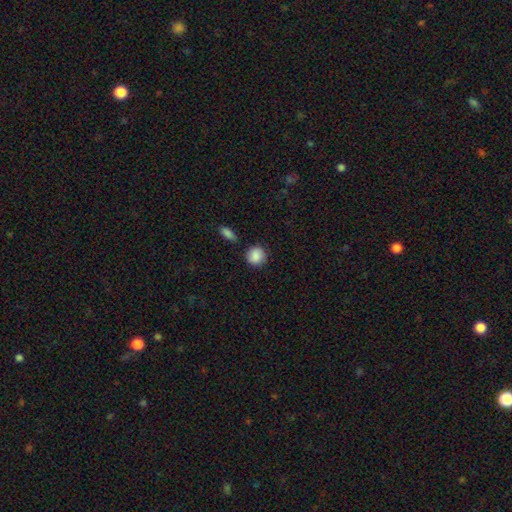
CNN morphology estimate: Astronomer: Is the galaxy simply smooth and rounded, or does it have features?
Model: smooth — 89%.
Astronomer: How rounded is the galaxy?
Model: round — 89%.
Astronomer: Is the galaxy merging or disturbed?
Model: none — 85%.